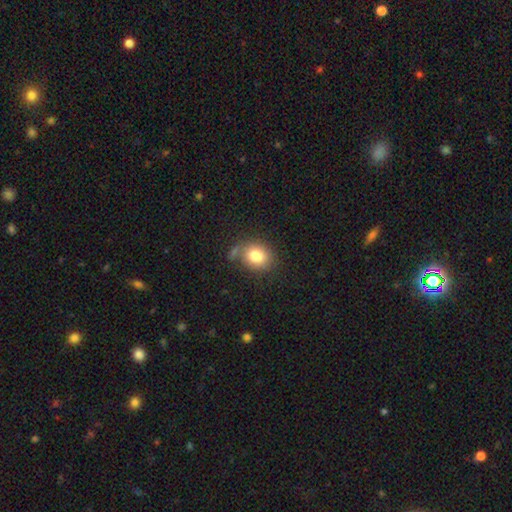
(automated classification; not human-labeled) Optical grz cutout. It shows a smooth galaxy with no disk features (81%) that is round (58%). Merging: none (65%).